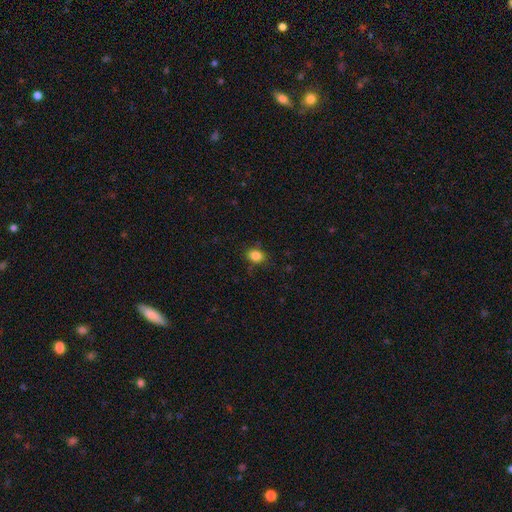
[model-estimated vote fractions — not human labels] Overall: smooth (85%). How rounded: round (53%; in between 46%). Merging: none (82%).